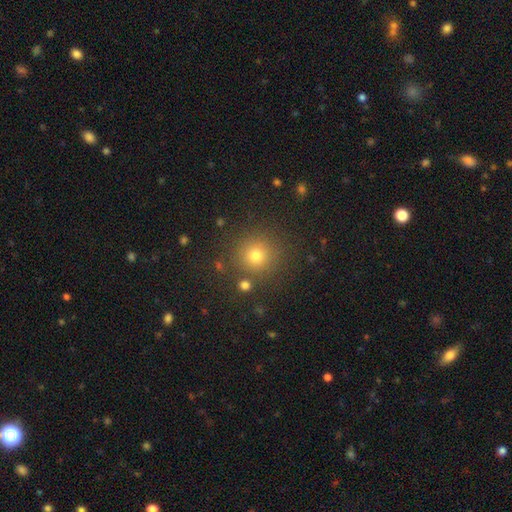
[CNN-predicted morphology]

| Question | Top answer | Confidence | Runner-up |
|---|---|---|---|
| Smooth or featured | smooth | 75% | star or artifact (18%) |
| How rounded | round | 94% | in between (5%) |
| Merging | none | 85% | minor disturbance (8%) |